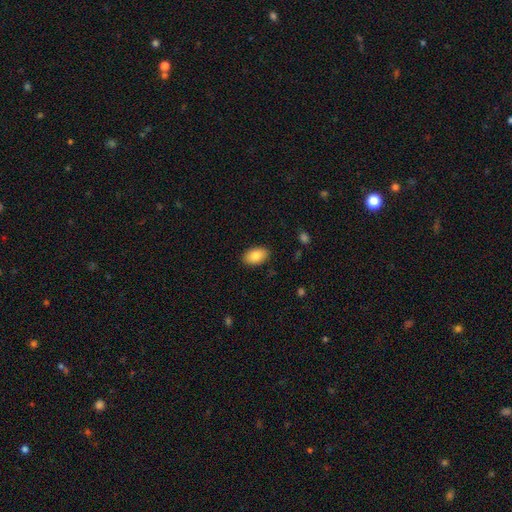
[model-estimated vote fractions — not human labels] smooth-or-featured: smooth: 85% | featured or disk: 9% | star or artifact: 7%
  how-rounded: in between: 92% | round: 7% | cigar-shaped: 1%
  merging: none: 89% | minor disturbance: 8% | major disturbance: 2% | merger: 1%